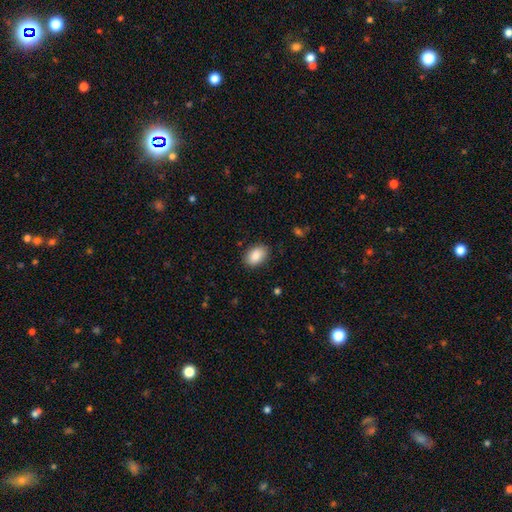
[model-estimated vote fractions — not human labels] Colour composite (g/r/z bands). It shows a smooth galaxy with no disk features (88%) that is in between round and cigar-shaped (88%). Merging: none (87%).